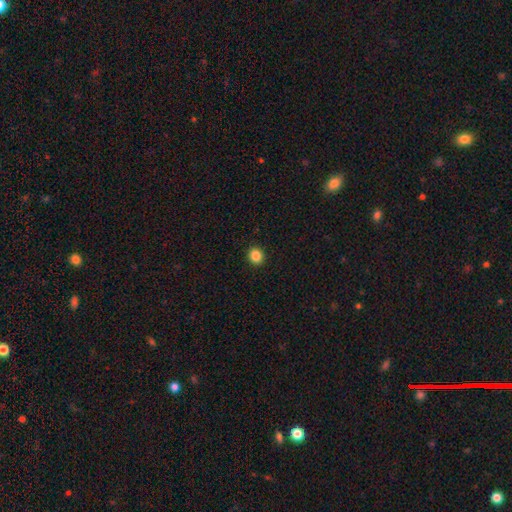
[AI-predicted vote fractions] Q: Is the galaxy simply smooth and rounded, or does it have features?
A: smooth — 86%.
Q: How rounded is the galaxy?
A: round — 82%.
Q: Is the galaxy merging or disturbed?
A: none — 93%.